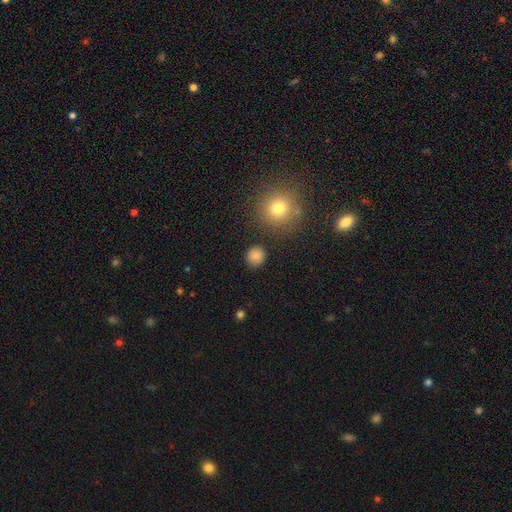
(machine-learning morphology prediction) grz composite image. It shows a smooth galaxy with no disk features (83%) that is round (87%). Merging: none (88%).